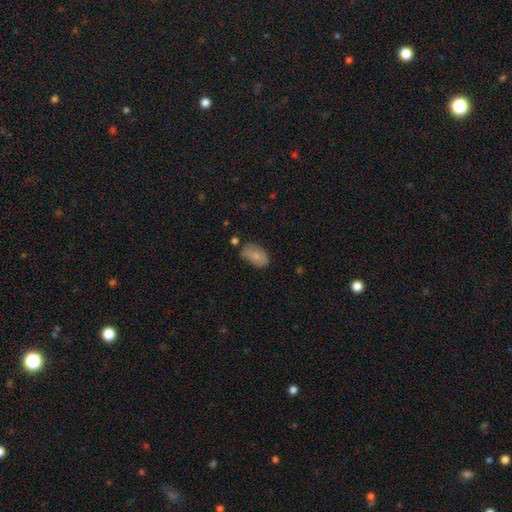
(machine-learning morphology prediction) smooth 79%, featured or disk 14%, star or artifact 7%. Down the decision tree: how rounded — in between (92%); merging — none (66%).